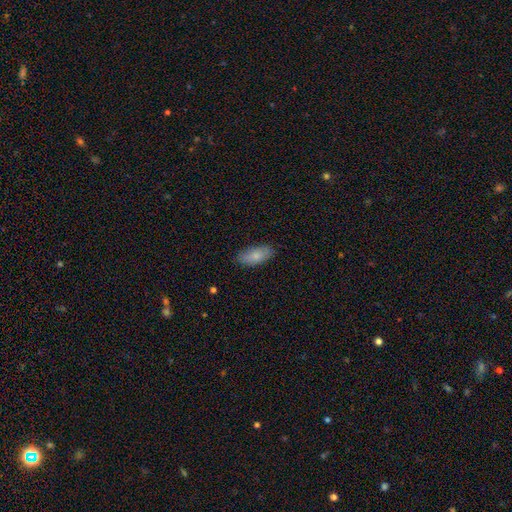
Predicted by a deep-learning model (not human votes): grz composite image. It shows a smooth galaxy with no disk features (80%) that is in between round and cigar-shaped (86%). Merging: none (84%).